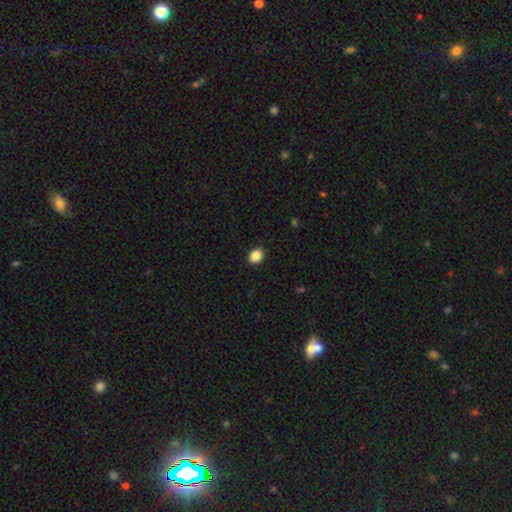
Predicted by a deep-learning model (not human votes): Q: Smooth or featured?
A: smooth (88%); runner-up: star or artifact (9%)
Q: How rounded?
A: in between (62%); runner-up: round (37%)
Q: Merging?
A: none (91%); runner-up: minor disturbance (6%)